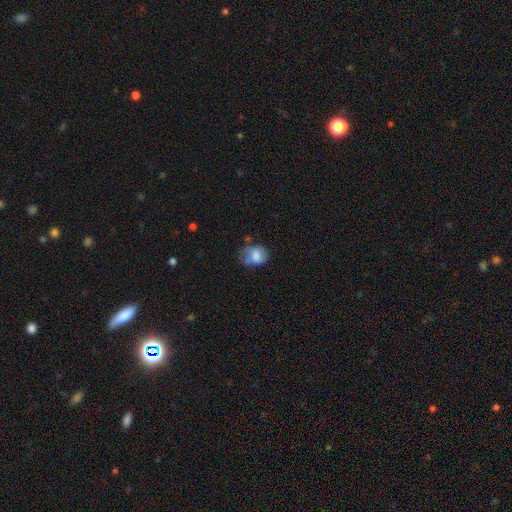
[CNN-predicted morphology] smooth_or_featured: smooth (p=0.74) [alt: featured or disk p=0.17]
how_rounded: in between (p=0.50) [alt: round p=0.49]
merging: none (p=0.46) [alt: minor disturbance p=0.32]